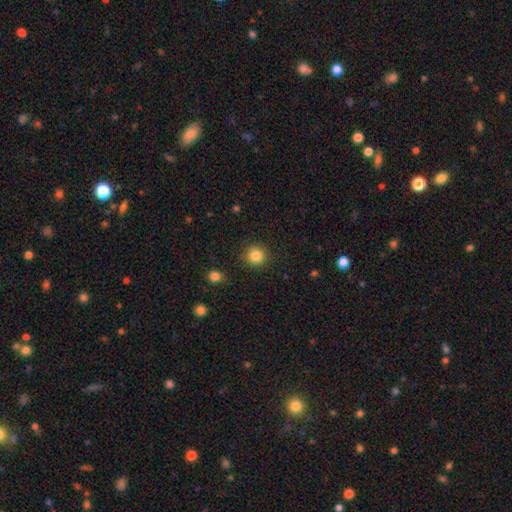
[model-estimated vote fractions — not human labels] Smooth or featured? smooth (84%)
How rounded? round (93%)
Merging? none (89%)